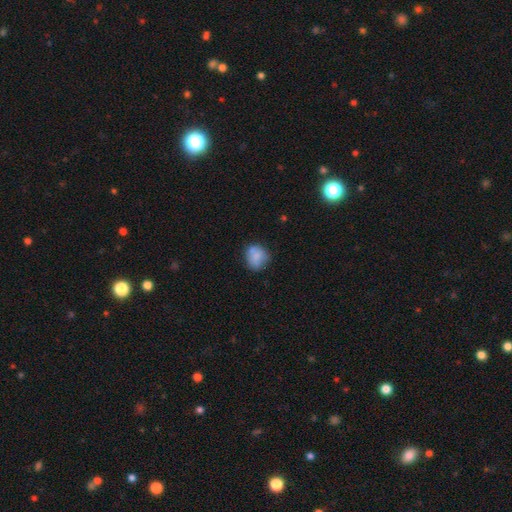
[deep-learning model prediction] Morphology: type=smooth (78%); roundness=round (72%); merging=none (61%).